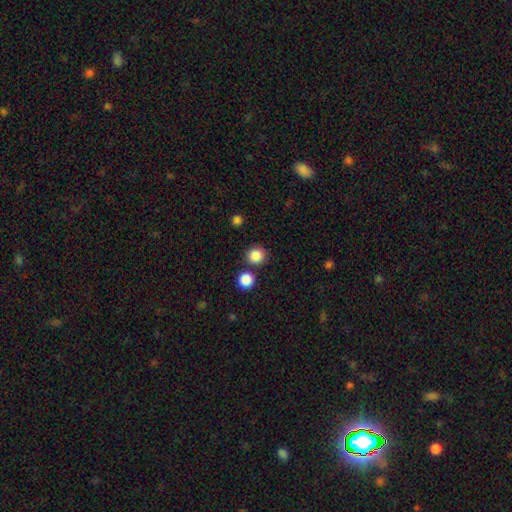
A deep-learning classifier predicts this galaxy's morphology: A smooth galaxy with no disk features (86%) that is round (90%).

Vote fractions:
- Smooth or featured? smooth: 86% / star or artifact: 10% / featured or disk: 4%
- How rounded? round: 90% / in between: 9% / cigar-shaped: 1%
- Merging? none: 80% / merger: 10% / minor disturbance: 7% / major disturbance: 3%